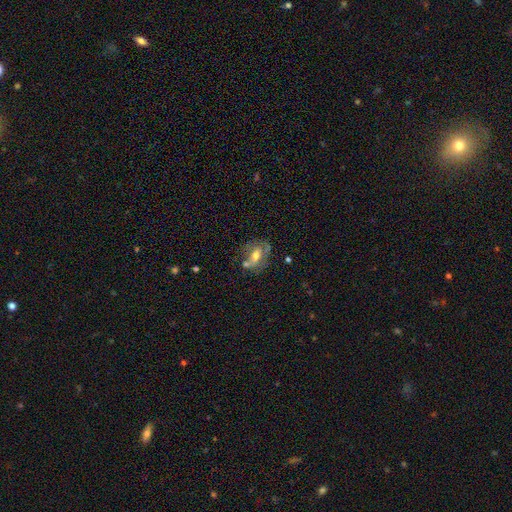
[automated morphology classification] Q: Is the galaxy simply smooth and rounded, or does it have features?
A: featured or disk — 47%.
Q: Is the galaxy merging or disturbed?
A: none — 52%.